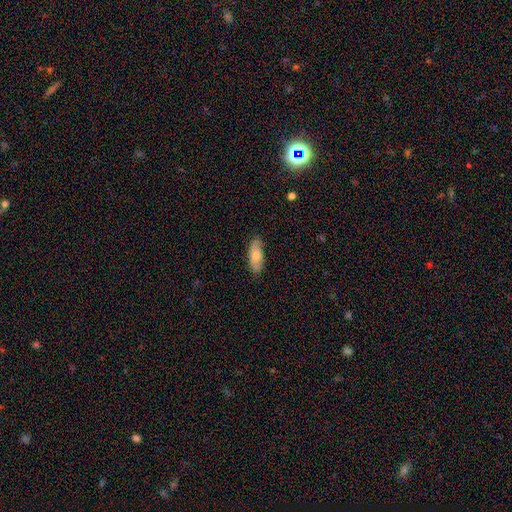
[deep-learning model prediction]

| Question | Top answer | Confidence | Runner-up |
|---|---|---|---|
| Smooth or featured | smooth | 67% | featured or disk (26%) |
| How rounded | in between | 75% | cigar-shaped (23%) |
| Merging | none | 82% | minor disturbance (15%) |